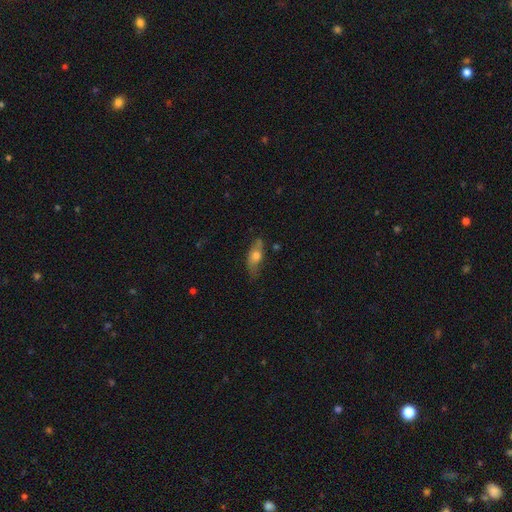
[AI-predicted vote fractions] Smooth or featured?
  - smooth: 58% *
  - featured or disk: 35%
  - star or artifact: 7%
How rounded?
  - in between: 70% *
  - cigar-shaped: 25%
  - round: 6%
Merging?
  - none: 62% *
  - minor disturbance: 27%
  - major disturbance: 8%
  - merger: 3%